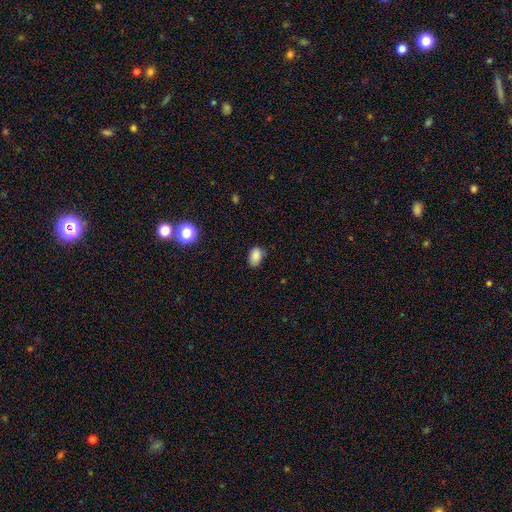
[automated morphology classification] Smooth or featured: smooth — 86% (star or artifact — 10%)
How rounded: in between — 86% (round — 12%)
Merging: none — 77% (minor disturbance — 18%)